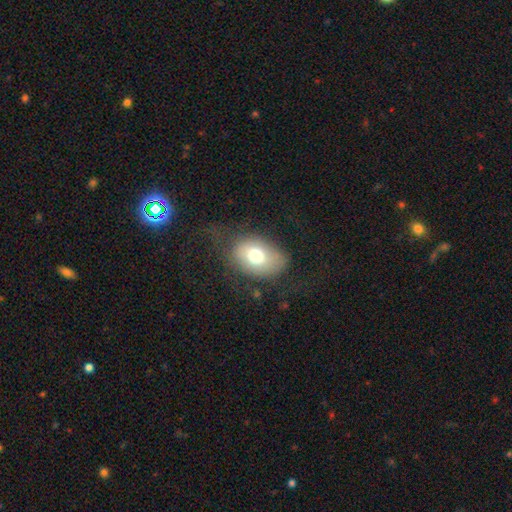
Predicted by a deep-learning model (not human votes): Smooth or featured? Predicted: smooth (p=0.72). How rounded? Predicted: in between (p=0.71). Merging? Predicted: none (p=0.59).